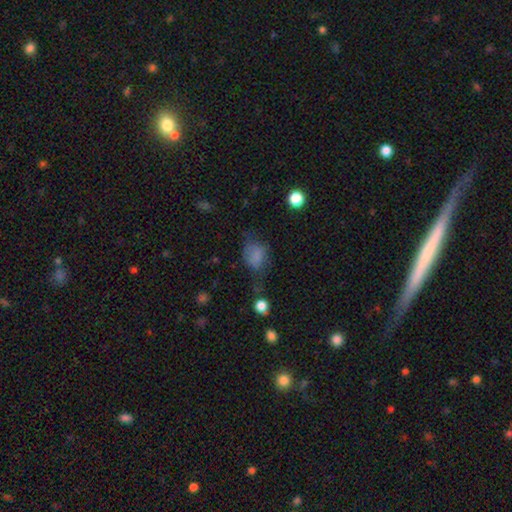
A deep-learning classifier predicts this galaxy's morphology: type=smooth (74%); roundness=in between (62%); merging=none (40%).